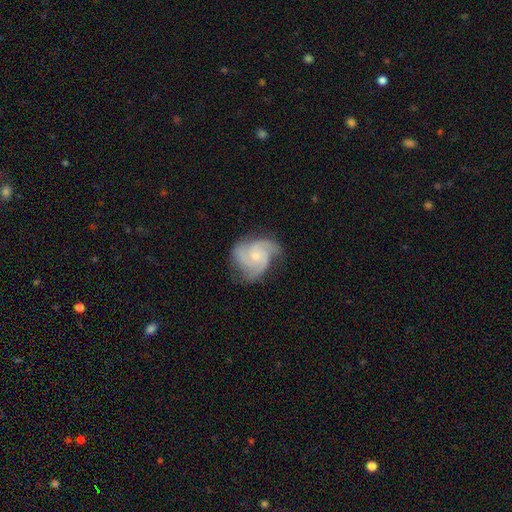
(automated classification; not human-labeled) Smooth or featured? Predicted: featured or disk (p=0.87). Edge-on disk? Predicted: no (p=0.98). Bar? Predicted: no (p=0.75). Spiral arms? Predicted: yes (p=0.98). Spiral winding? Predicted: medium (p=0.46, tied with tight). Spiral arm count? Predicted: 3 (p=0.71). Bulge size? Predicted: small (p=0.64). Merging? Predicted: none (p=0.66).